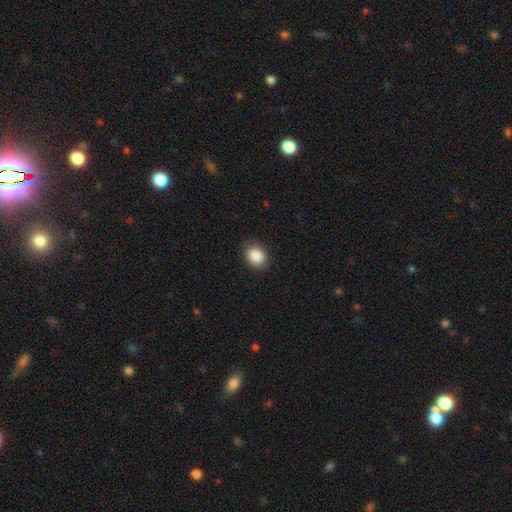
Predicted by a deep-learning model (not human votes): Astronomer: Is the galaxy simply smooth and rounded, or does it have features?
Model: smooth — 88%.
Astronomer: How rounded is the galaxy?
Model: in between — 59% (runner-up: round, 40%).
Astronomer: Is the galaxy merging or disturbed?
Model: none — 87%.